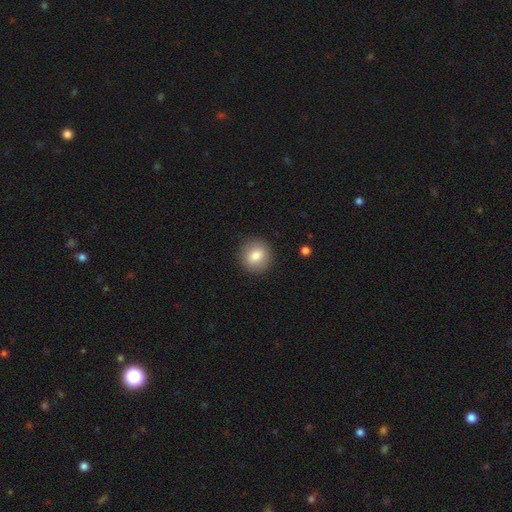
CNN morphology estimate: Overall: smooth (83%). How rounded: round (88%). Merging: none (90%).